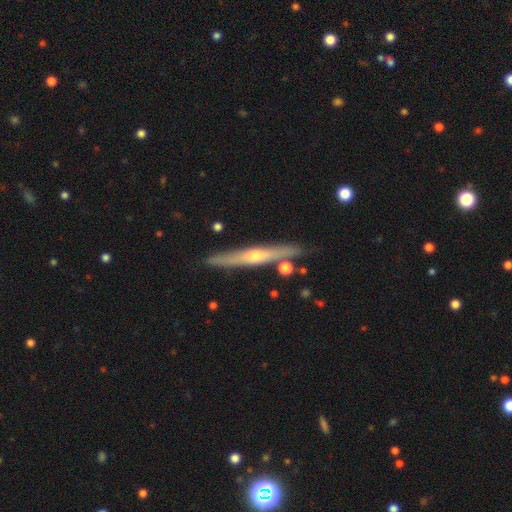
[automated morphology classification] Smooth or featured? Predicted: featured or disk (p=0.74). Edge-on disk? Predicted: yes (p=0.95). Edge-on bulge? Predicted: rounded (p=0.82). Merging? Predicted: none (p=0.84).